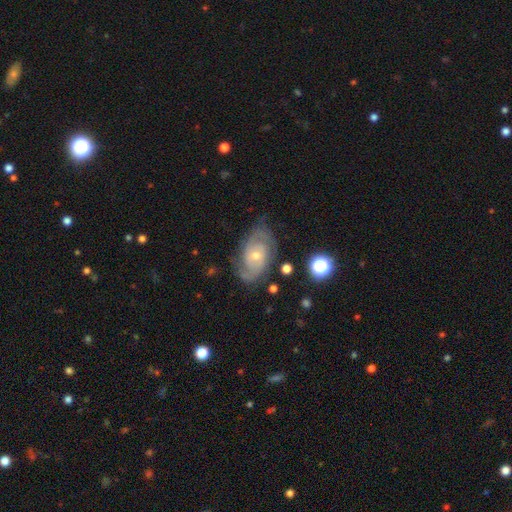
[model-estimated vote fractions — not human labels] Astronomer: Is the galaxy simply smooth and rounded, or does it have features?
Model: featured or disk — 83%.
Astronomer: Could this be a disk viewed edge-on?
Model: no — 96%.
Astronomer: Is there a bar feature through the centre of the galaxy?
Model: no — 66%.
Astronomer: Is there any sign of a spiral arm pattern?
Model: yes — 95%.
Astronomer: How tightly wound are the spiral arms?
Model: tight — 53% (runner-up: medium, 38%).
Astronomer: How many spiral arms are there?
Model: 2 — 64%.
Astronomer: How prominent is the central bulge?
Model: small — 57% (runner-up: moderate, 39%).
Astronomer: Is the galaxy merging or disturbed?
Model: none — 73%.